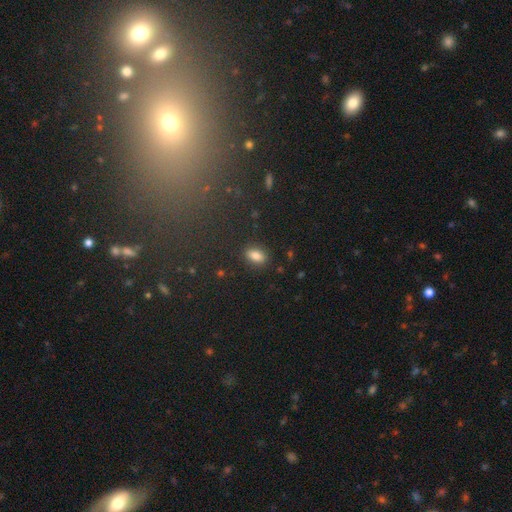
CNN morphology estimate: Q: Smooth or featured?
A: smooth (84%); runner-up: star or artifact (10%)
Q: How rounded?
A: in between (87%); runner-up: round (9%)
Q: Merging?
A: none (88%); runner-up: minor disturbance (9%)